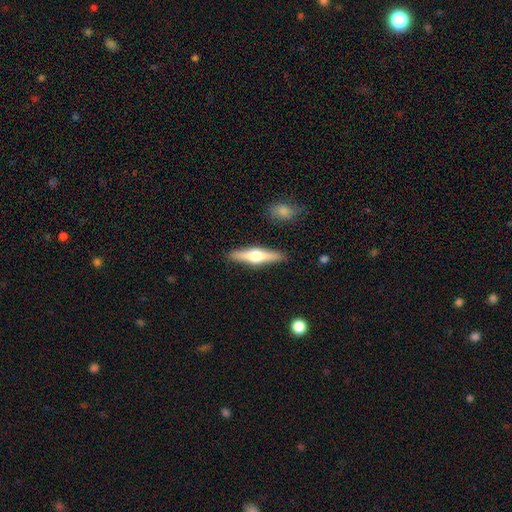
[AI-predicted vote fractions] A featured or disk galaxy (57%) viewed edge-on (95%) with a rounded central bulge (94%).

Vote fractions:
- Smooth or featured? featured or disk: 57% / smooth: 37% / star or artifact: 5%
- Edge-on disk? yes: 95% / no: 5%
- Edge-on bulge? rounded: 94% / boxy: 3% / none: 2%
- Merging? none: 89% / minor disturbance: 7% / merger: 2% / major disturbance: 2%